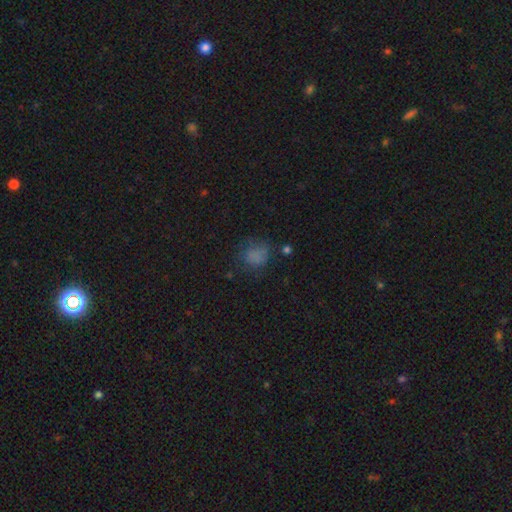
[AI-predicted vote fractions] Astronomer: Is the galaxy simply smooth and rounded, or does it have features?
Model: smooth — 72%.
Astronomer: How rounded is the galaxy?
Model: round — 66%.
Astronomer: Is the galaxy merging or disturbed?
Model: none — 56%.